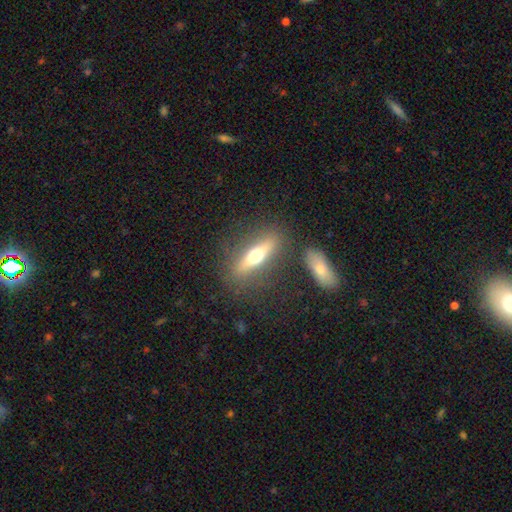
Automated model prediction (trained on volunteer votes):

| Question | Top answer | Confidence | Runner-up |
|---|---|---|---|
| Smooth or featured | featured or disk | 47% | smooth (45%) |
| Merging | none | 80% | minor disturbance (10%) |